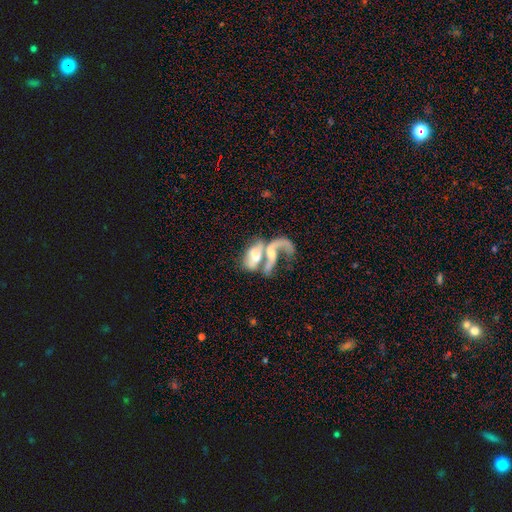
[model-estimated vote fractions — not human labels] smooth-or-featured: featured or disk: 64% | smooth: 26% | star or artifact: 9%
  disk-edge-on: no: 95% | yes: 5%
    bar: no: 58% | weak: 27% | strong: 15%
    has-spiral-arms: yes: 61% | no: 39%
    bulge-size: moderate: 37% | small: 24% | none: 21% | large: 15% | dominant: 3%
  merging: merger: 66% | major disturbance: 20% | none: 9% | minor disturbance: 5%